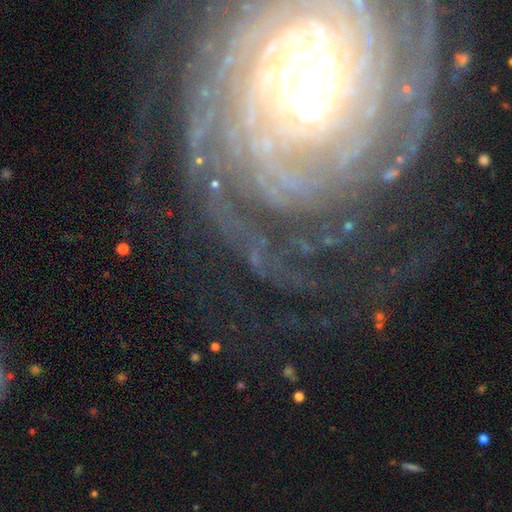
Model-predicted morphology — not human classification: Smooth or featured?
  - featured or disk: 81% *
  - star or artifact: 12%
  - smooth: 7%
Edge-on disk?
  - no: 95% *
  - yes: 5%
Bar?
  - no: 64% *
  - weak: 21%
  - strong: 15%
Spiral arms?
  - yes: 93% *
  - no: 7%
Spiral winding?
  - tight: 76% *
  - medium: 17%
  - loose: 6%
Spiral arm count?
  - can't tell: 30% *
  - more than 4: 21%
  - 4: 13%
  - 2: 13%
  - 3: 12%
  - 1: 10%
Bulge size?
  - moderate: 41% *
  - small: 40%
  - large: 13%
  - none: 3%
  - dominant: 3%
Merging?
  - none: 71% *
  - minor disturbance: 13%
  - major disturbance: 13%
  - merger: 2%